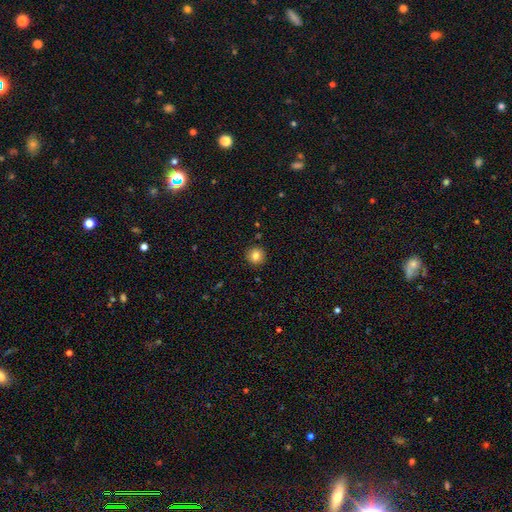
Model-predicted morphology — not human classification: This is clearly a smooth galaxy (83%). How rounded: clearly round (93%). Merging: clearly none (91%).